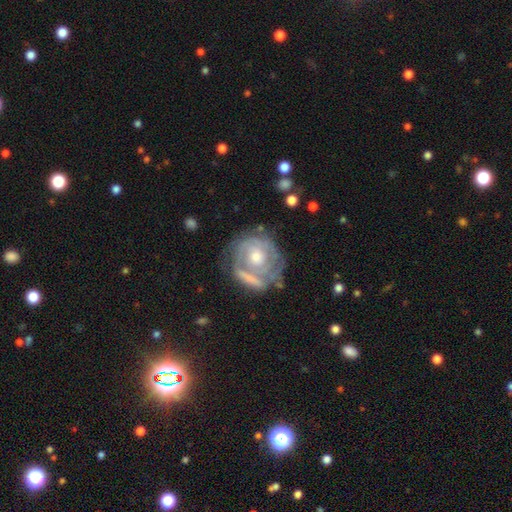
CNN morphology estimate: This is likely a featured or disk galaxy (72%). It is clearly not viewed edge-on (96%). Bar: likely no (77%). Spiral arm pattern: likely yes (66%). Central bulge: likely moderate (64%). Merging: possibly none (55%).